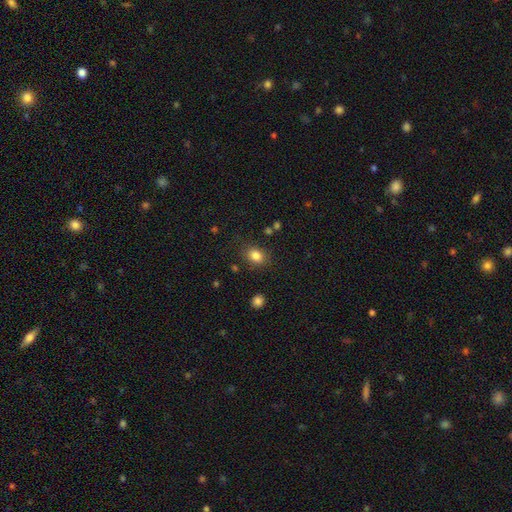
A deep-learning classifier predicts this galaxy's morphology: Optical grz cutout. It shows a smooth galaxy with no disk features (83%) that is in between round and cigar-shaped (59%). Merging: none (80%).